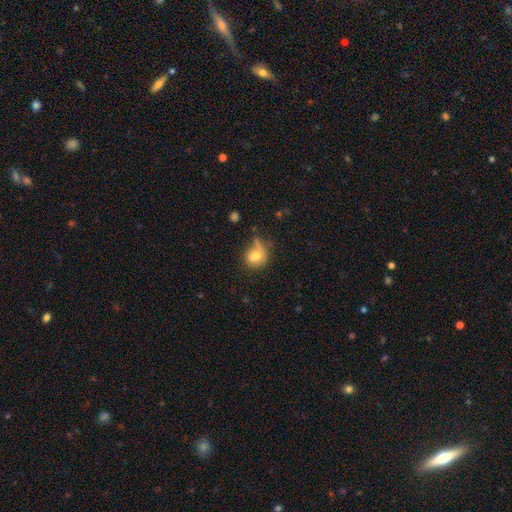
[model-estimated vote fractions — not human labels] A smooth galaxy with no disk features (70%) that is round (56%). Merging: none (39%).